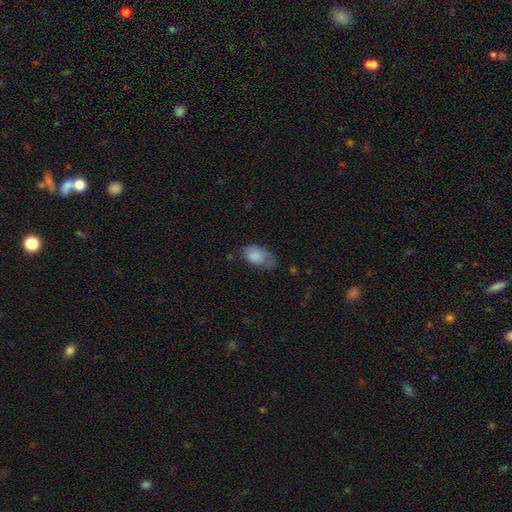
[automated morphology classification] The model was most divided on "merging": none: 42%, minor disturbance: 38%, major disturbance: 17%, merger: 3%. More confident: how rounded — in between (91%); smooth or featured — smooth (80%).